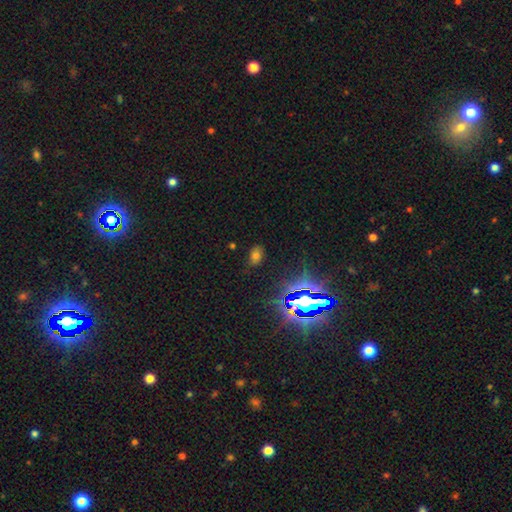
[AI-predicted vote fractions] Smooth or featured: smooth — 59% (star or artifact — 31%)
How rounded: in between — 82% (round — 16%)
Merging: none — 77% (minor disturbance — 16%)